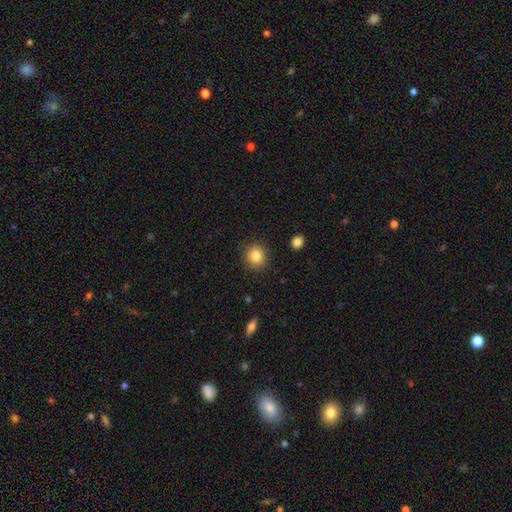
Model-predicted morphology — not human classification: A smooth galaxy with no disk features (84%) that is round (85%).

Vote fractions:
- Smooth or featured? smooth: 84% / star or artifact: 10% / featured or disk: 6%
- How rounded? round: 85% / in between: 14% / cigar-shaped: 1%
- Merging? none: 89% / minor disturbance: 7% / major disturbance: 2% / merger: 1%